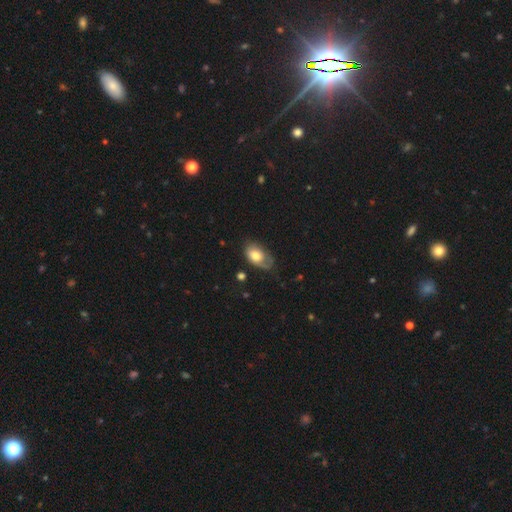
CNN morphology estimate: This appears to be a smooth galaxy with no disk features (64%) that is in between round and cigar-shaped (91%). Merging: none (52%).